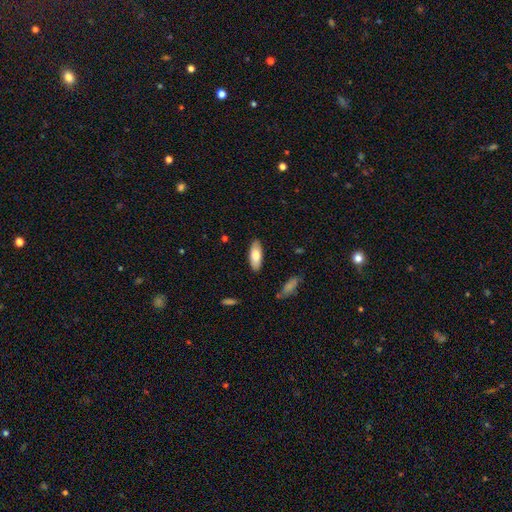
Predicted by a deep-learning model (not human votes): This appears to be a smooth galaxy with no disk features (79%) that is in between round and cigar-shaped (78%). Merging: none (86%).